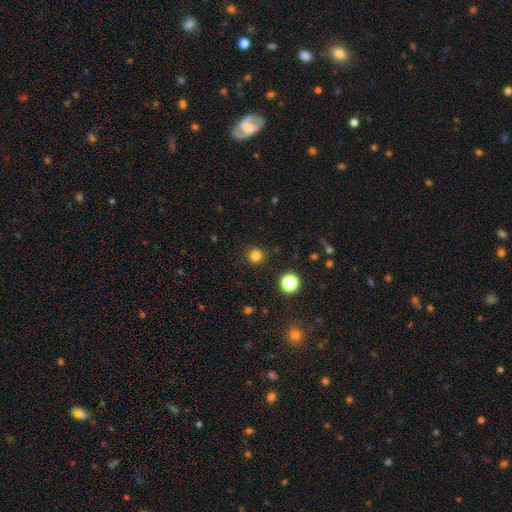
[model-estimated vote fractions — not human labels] Morphology: type=smooth (81%); roundness=round (94%); merging=none (91%).